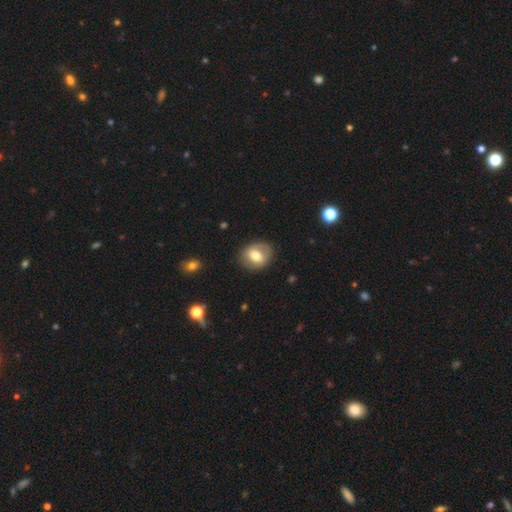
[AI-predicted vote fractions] Smooth or featured? smooth (65%)
How rounded? round (52%)
Merging? none (81%)